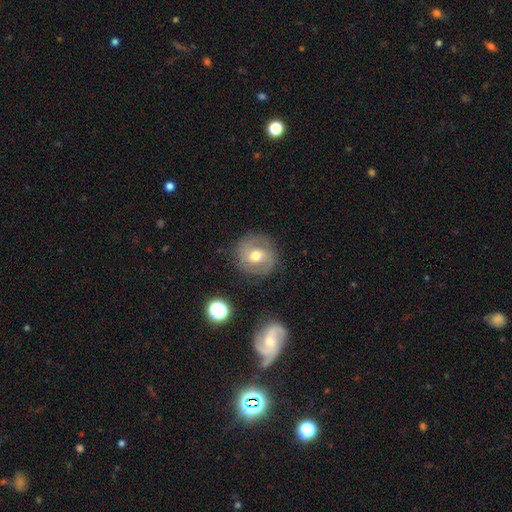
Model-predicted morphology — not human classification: This is possibly a featured or disk galaxy (54%). It is clearly not viewed edge-on (96%). Bar: possibly no (49%). Spiral arm pattern: likely yes (69%). Central bulge: likely moderate (77%). Merging: clearly none (82%).